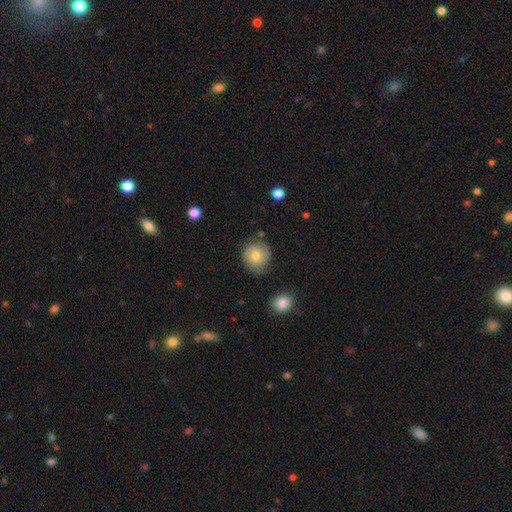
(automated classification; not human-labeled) This is likely a smooth galaxy (64%). How rounded: clearly round (88%). Merging: likely none (74%).